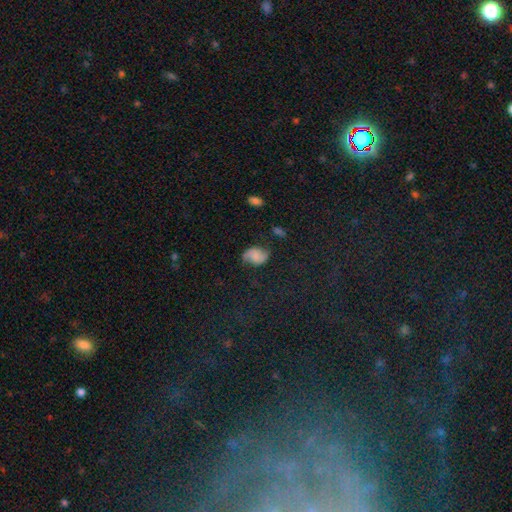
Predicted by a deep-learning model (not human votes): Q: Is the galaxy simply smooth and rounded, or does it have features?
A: smooth — 49%.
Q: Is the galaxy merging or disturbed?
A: none — 58%.